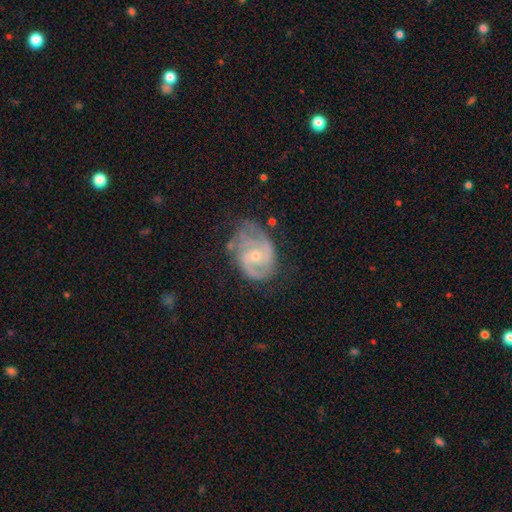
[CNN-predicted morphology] Overall: featured or disk (84%). Edge-on disk: no (98%). Bar: no (61%; weak 34%). Spiral arms: yes (94%). Spiral arm count: 2 (52%; can't tell 19%). Spiral winding: tight (45%; medium 42%). Bulge size: small (59%; moderate 37%). Merging: none (52%; minor disturbance 29%).